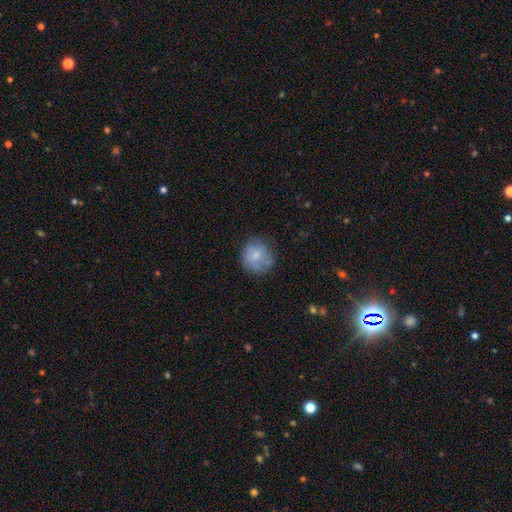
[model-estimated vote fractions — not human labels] Morphology: type=smooth (67%); roundness=round (85%); merging=none (66%).